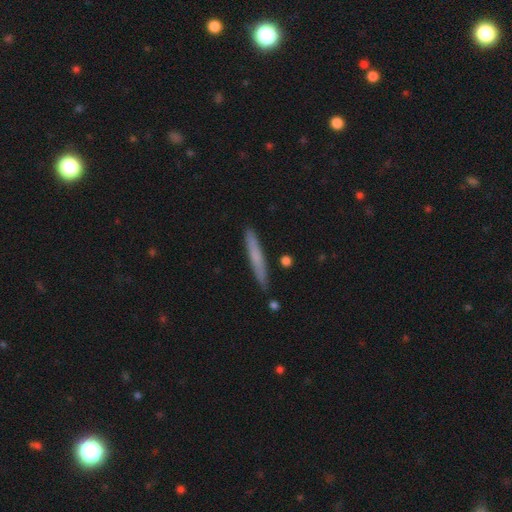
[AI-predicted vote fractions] Morphology: type=smooth (63%); roundness=cigar-shaped (96%); merging=none (87%).